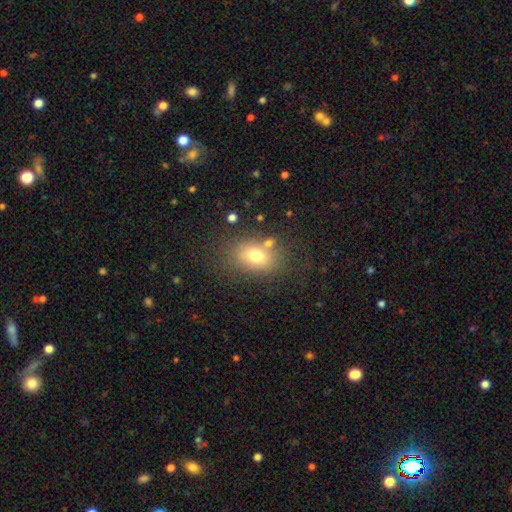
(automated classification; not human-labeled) smooth_or_featured: smooth (p=0.74) [alt: featured or disk p=0.14]
how_rounded: in between (p=0.74) [alt: round p=0.25]
merging: none (p=0.71) [alt: minor disturbance p=0.15]